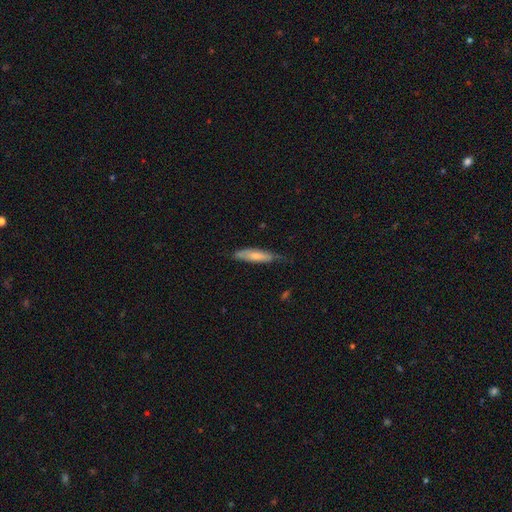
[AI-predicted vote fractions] Smooth or featured: smooth — 65% (featured or disk — 29%)
How rounded: cigar-shaped — 68% (in between — 31%)
Merging: none — 60% (minor disturbance — 31%)